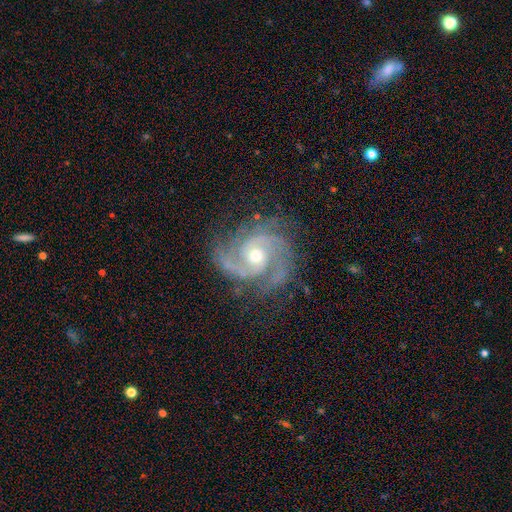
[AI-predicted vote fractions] Smooth or featured? featured or disk (93%)
Edge-on disk? no (98%)
Bar? no (66%)
Spiral arms? yes (99%)
Spiral winding? medium (47%, tied with tight)
Spiral arm count? 2 (45%)
Bulge size? moderate (63%)
Merging? none (75%)